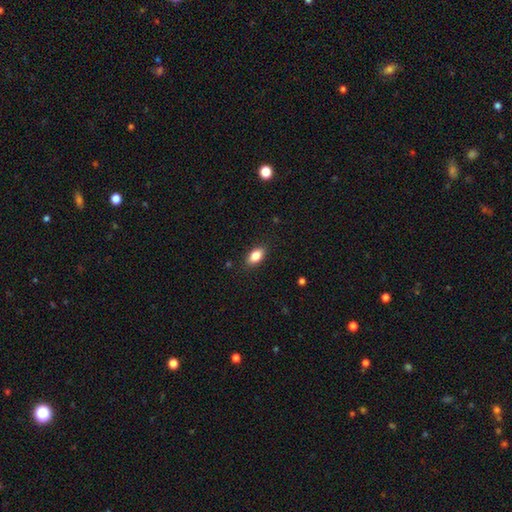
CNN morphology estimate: smooth-or-featured: smooth: 83% | featured or disk: 9% | star or artifact: 8%
  how-rounded: in between: 89% | round: 6% | cigar-shaped: 5%
  merging: none: 87% | minor disturbance: 10% | major disturbance: 2% | merger: 1%